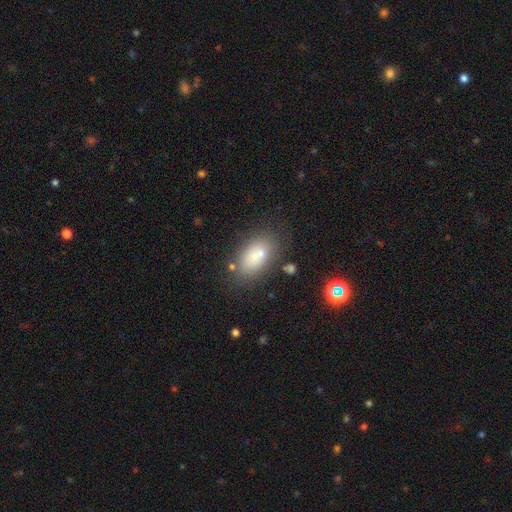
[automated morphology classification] Smooth or featured? smooth (73%)
How rounded? in between (89%)
Merging? none (69%)